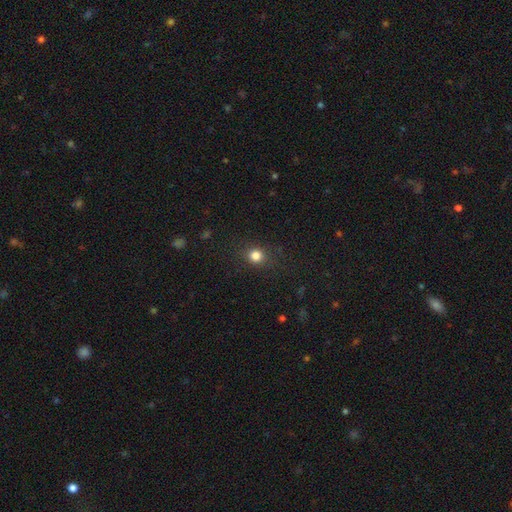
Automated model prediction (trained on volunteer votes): A smooth galaxy with no disk features (81%) that is round (79%).

Vote fractions:
- Smooth or featured? smooth: 81% / star or artifact: 13% / featured or disk: 5%
- How rounded? round: 79% / in between: 20% / cigar-shaped: 1%
- Merging? none: 86% / minor disturbance: 9% / major disturbance: 4% / merger: 1%